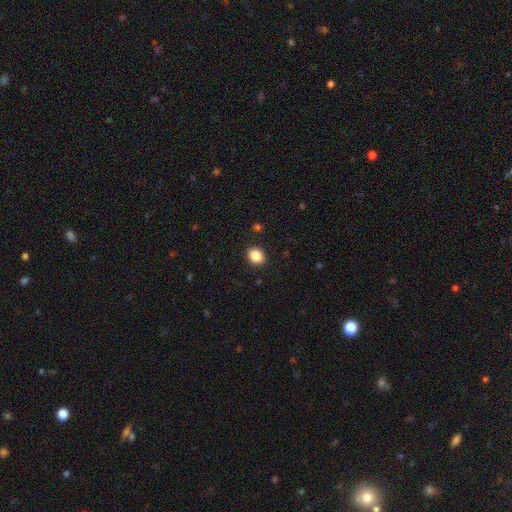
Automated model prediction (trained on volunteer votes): This is clearly a smooth galaxy (86%). How rounded: possibly round (55%). Merging: clearly none (91%).